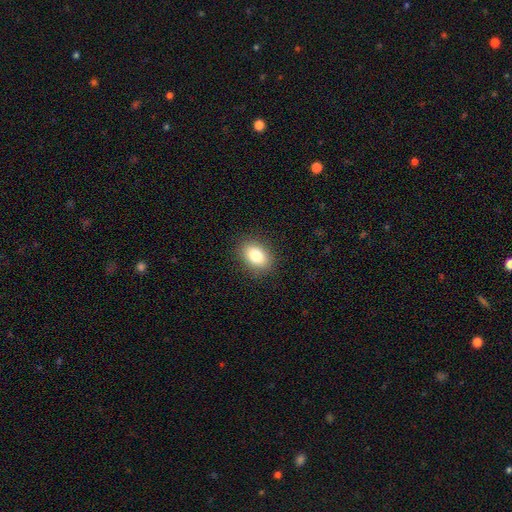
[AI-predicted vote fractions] This appears to be a smooth galaxy with no disk features (83%) that is in between round and cigar-shaped (82%). Merging: none (88%).